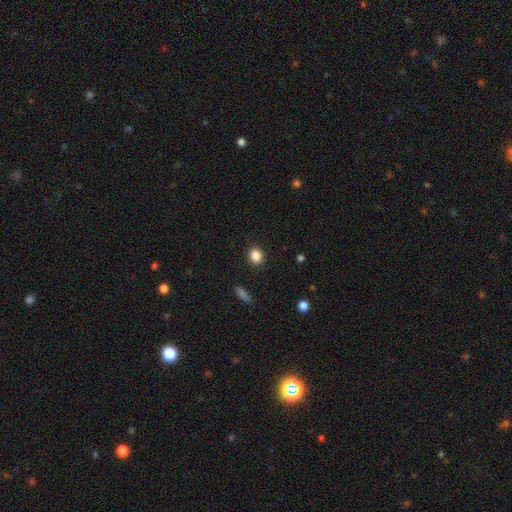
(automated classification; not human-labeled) This appears to be a smooth galaxy with no disk features (86%) that is round (67%). Merging: none (90%).